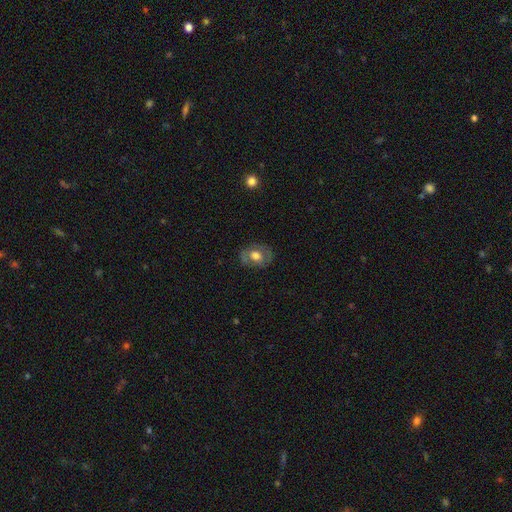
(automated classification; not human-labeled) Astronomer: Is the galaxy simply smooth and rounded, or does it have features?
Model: smooth — 50% (runner-up: featured or disk, 42%).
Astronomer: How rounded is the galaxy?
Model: in between — 56% (runner-up: round, 42%).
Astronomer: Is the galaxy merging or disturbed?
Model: none — 73%.